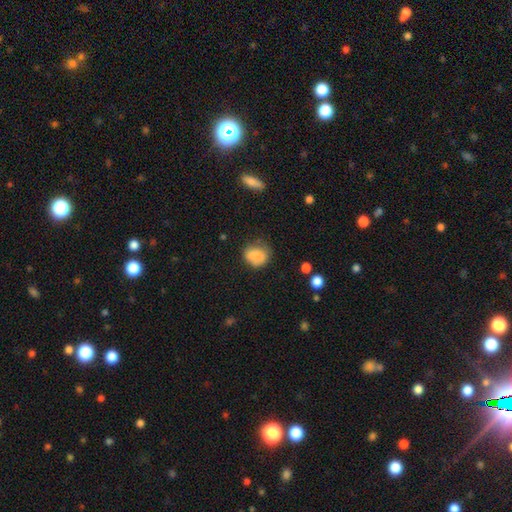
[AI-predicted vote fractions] smooth-or-featured: smooth: 81% | featured or disk: 10% | star or artifact: 10%
  how-rounded: round: 58% | in between: 41% | cigar-shaped: 1%
  merging: none: 55% | minor disturbance: 30% | major disturbance: 11% | merger: 3%